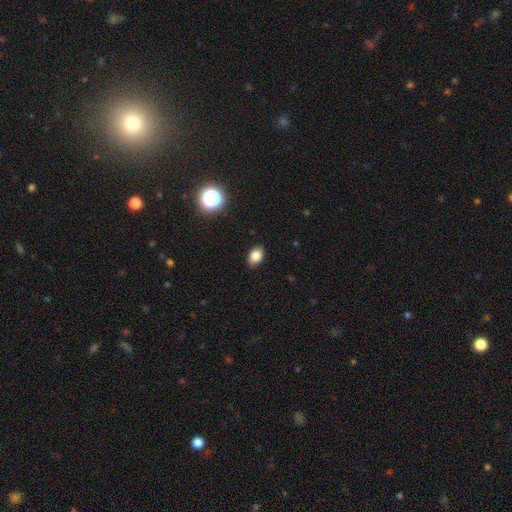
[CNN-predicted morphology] Smooth or featured? smooth (84%)
How rounded? in between (79%)
Merging? none (87%)